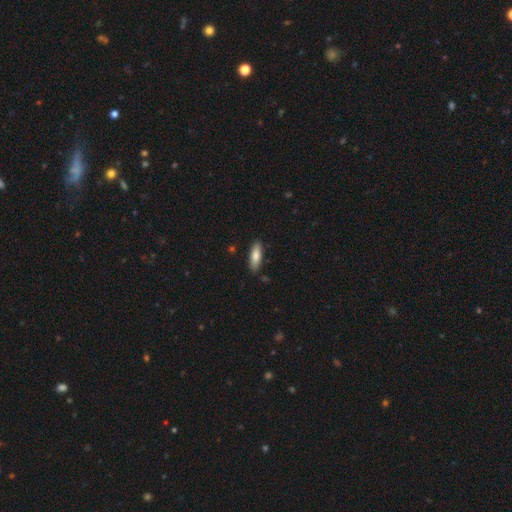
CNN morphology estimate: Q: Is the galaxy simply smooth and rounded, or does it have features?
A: smooth — 81%.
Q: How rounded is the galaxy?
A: in between — 57%.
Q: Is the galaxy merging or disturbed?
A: none — 86%.